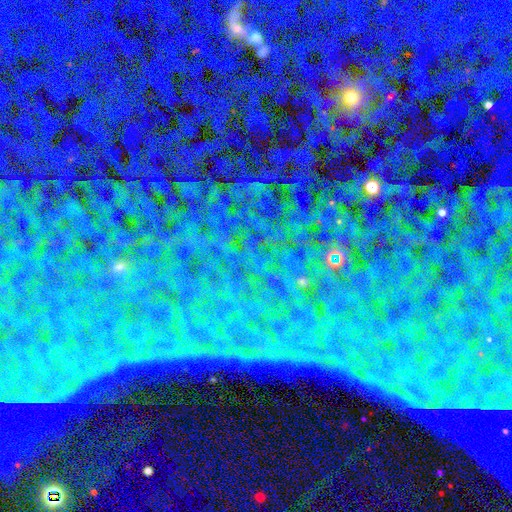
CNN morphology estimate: star or artifact 86%, smooth 7%, featured or disk 7%.